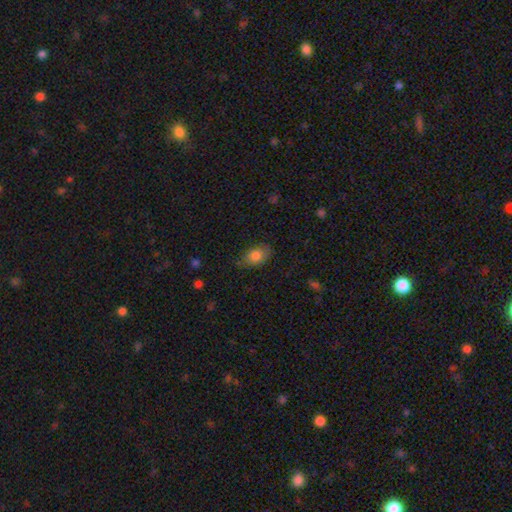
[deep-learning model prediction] Q: Smooth or featured?
A: smooth (82%); runner-up: featured or disk (10%)
Q: How rounded?
A: in between (86%); runner-up: round (13%)
Q: Merging?
A: none (76%); runner-up: minor disturbance (19%)